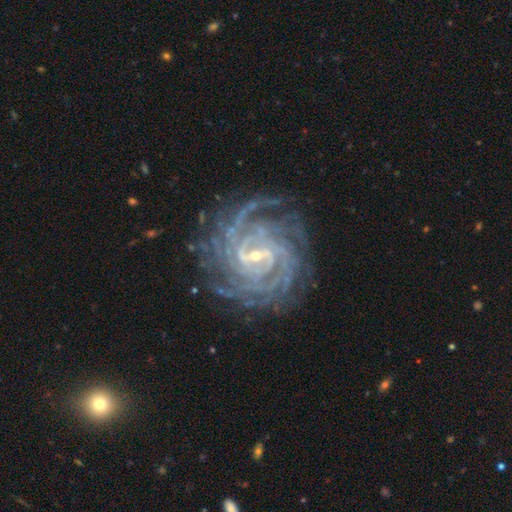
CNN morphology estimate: This is clearly a featured or disk galaxy (92%). It is clearly not viewed edge-on (98%). Bar: possibly weak (47%). Spiral arm pattern: clearly yes (99%). Spiral arm count: marginally more than 4 (30%). Spiral winding: likely tight (79%). Central bulge: likely small (76%). Merging: likely none (80%).